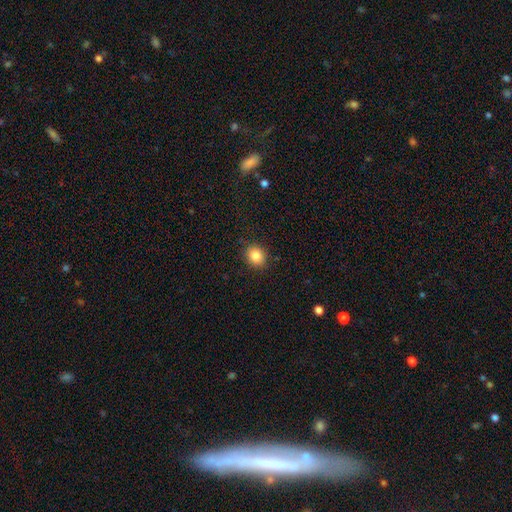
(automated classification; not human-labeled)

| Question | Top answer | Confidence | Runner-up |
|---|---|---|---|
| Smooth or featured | smooth | 85% | star or artifact (10%) |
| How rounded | round | 69% | in between (30%) |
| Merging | none | 89% | minor disturbance (8%) |